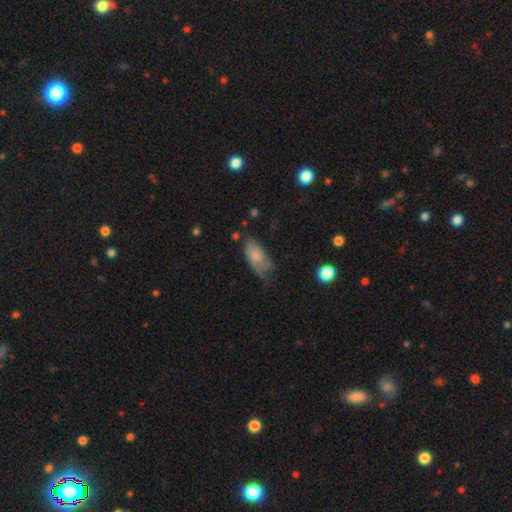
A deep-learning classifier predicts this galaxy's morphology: Q: Smooth or featured?
A: smooth (70%); runner-up: featured or disk (23%)
Q: How rounded?
A: in between (89%); runner-up: cigar-shaped (8%)
Q: Merging?
A: none (43%); runner-up: minor disturbance (39%)